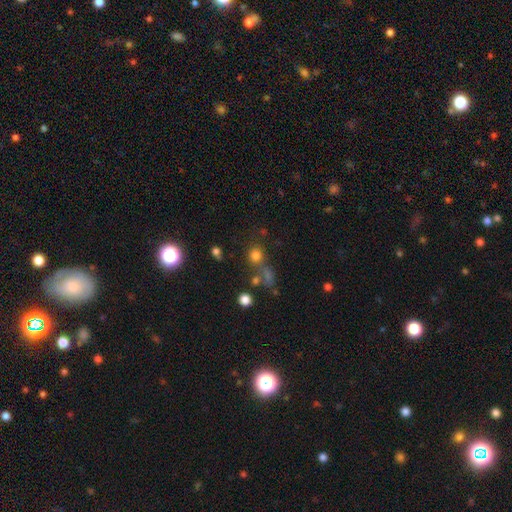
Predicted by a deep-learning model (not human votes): This is likely a smooth galaxy (74%). How rounded: clearly round (86%). Merging: likely none (64%).